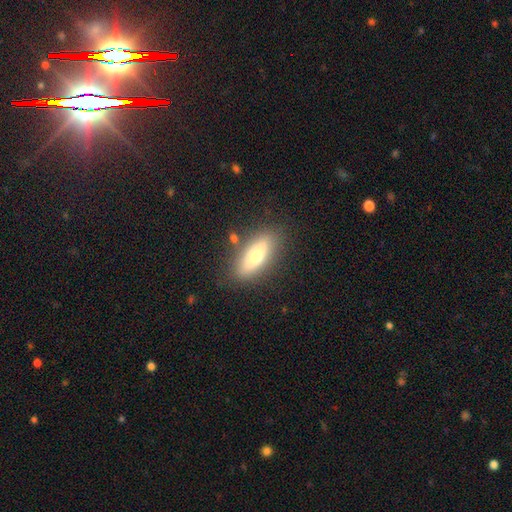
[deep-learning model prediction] A smooth galaxy with no disk features (60%) that is in between round and cigar-shaped (57%).

Vote fractions:
- Smooth or featured? smooth: 60% / featured or disk: 33% / star or artifact: 7%
- How rounded? in between: 57% / cigar-shaped: 40% / round: 3%
- Merging? none: 82% / minor disturbance: 11% / major disturbance: 3% / merger: 3%